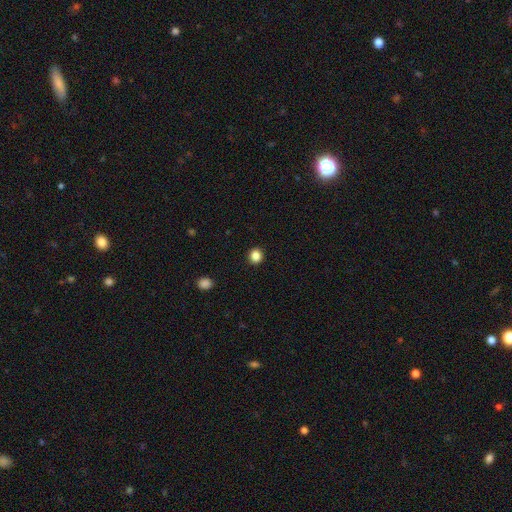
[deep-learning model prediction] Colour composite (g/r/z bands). It shows a smooth galaxy with no disk features (86%) that is round (82%). Merging: none (92%).